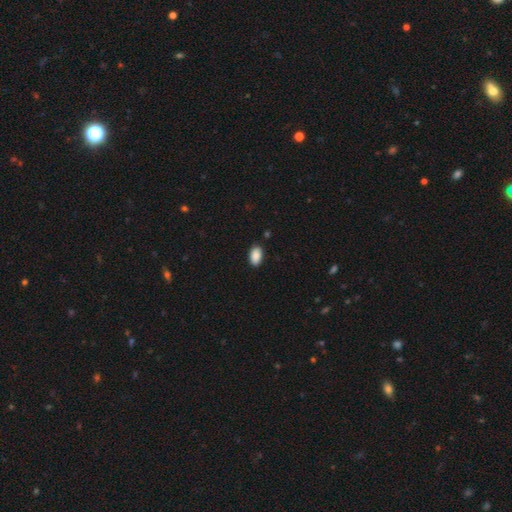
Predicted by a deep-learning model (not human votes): The model was most divided on "merging": none: 86%, minor disturbance: 11%, major disturbance: 2%, merger: 1%. More confident: how rounded — in between (93%); smooth or featured — smooth (90%).